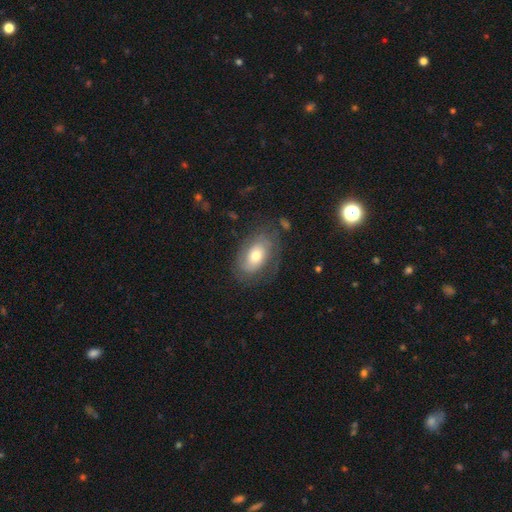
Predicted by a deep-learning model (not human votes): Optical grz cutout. It shows a featured or disk galaxy (47%). Merging: none (68%).